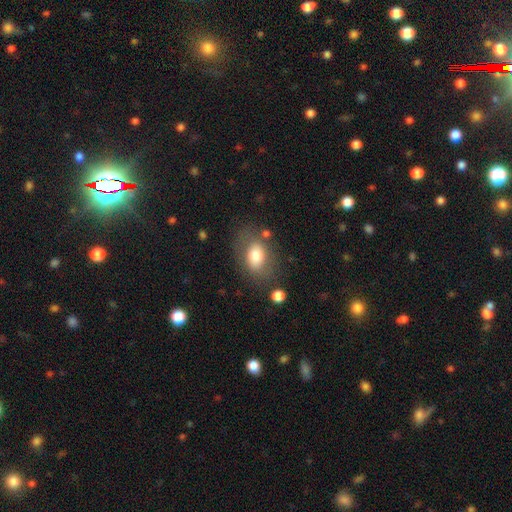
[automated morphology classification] Smooth or featured?
  - smooth: 73% *
  - featured or disk: 19%
  - star or artifact: 8%
How rounded?
  - in between: 76% *
  - round: 23%
  - cigar-shaped: 1%
Merging?
  - none: 70% *
  - minor disturbance: 17%
  - major disturbance: 9%
  - merger: 5%